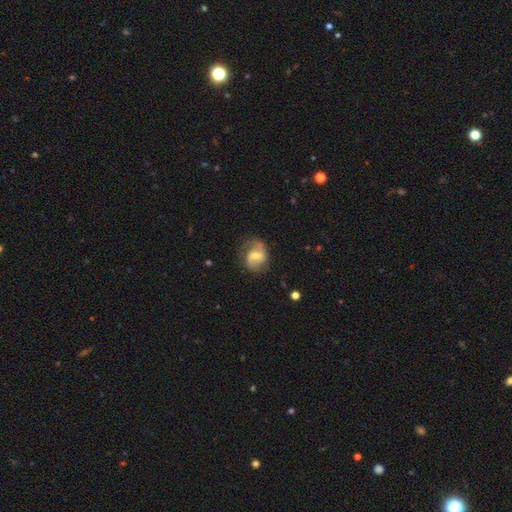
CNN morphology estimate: Smooth or featured? featured or disk (72%)
Edge-on disk? no (97%)
Bar? weak (51%)
Spiral arms? yes (91%)
Spiral winding? medium (47%)
Spiral arm count? 2 (77%)
Bulge size? moderate (57%)
Merging? none (68%)